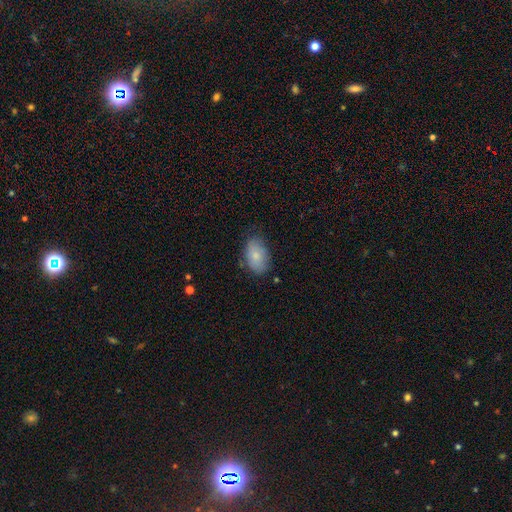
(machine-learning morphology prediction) Q: Smooth or featured?
A: smooth (78%); runner-up: featured or disk (15%)
Q: How rounded?
A: in between (89%); runner-up: round (9%)
Q: Merging?
A: none (70%); runner-up: minor disturbance (24%)